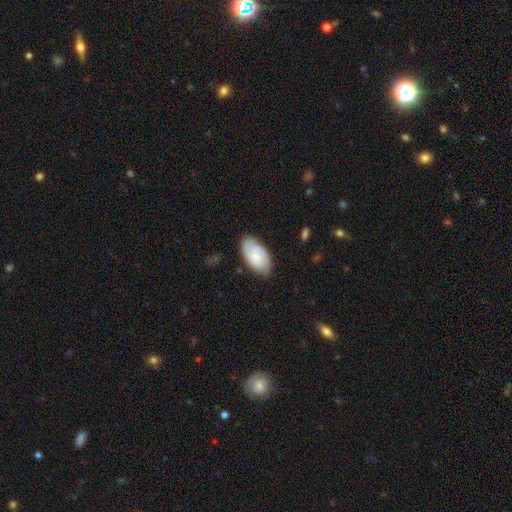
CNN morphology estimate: Smooth or featured? Predicted: smooth (p=0.54). How rounded? Predicted: in between (p=0.94). Merging? Predicted: none (p=0.75).